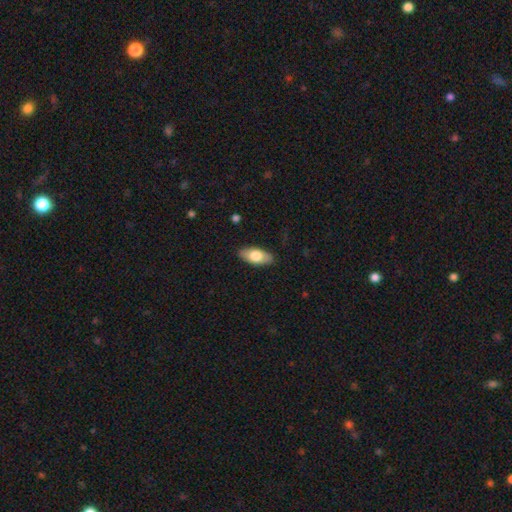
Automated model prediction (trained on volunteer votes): smooth-or-featured: smooth: 74% | featured or disk: 21% | star or artifact: 6%
  how-rounded: in between: 89% | cigar-shaped: 9% | round: 3%
  merging: none: 87% | minor disturbance: 9% | major disturbance: 2% | merger: 1%